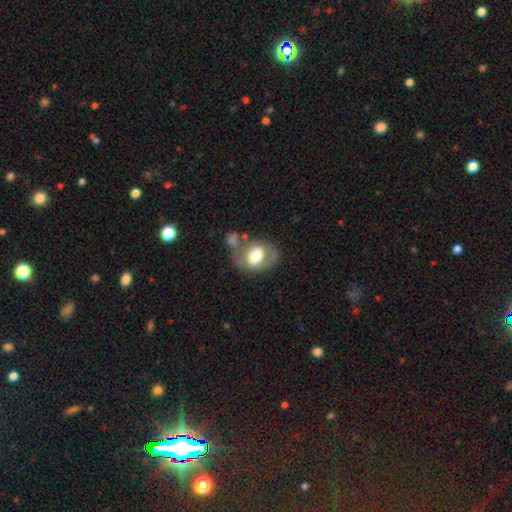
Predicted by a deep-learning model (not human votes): The model was most divided on "merging": none: 44%, minor disturbance: 22%, merger: 19%, major disturbance: 14%. More confident: how rounded — in between (62%); smooth or featured — smooth (59%).